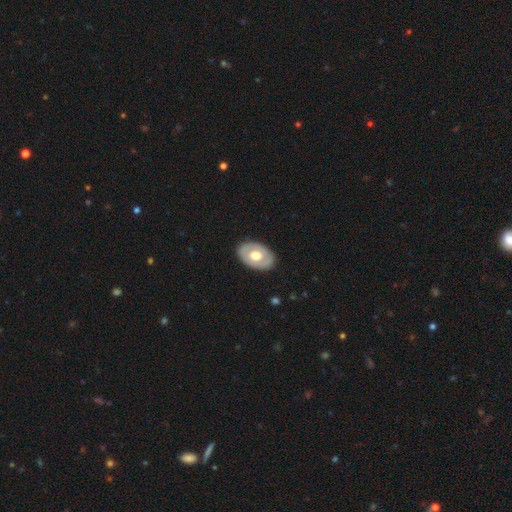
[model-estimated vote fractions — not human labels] Overall: smooth (49%; featured or disk 46%). Merging: none (85%).